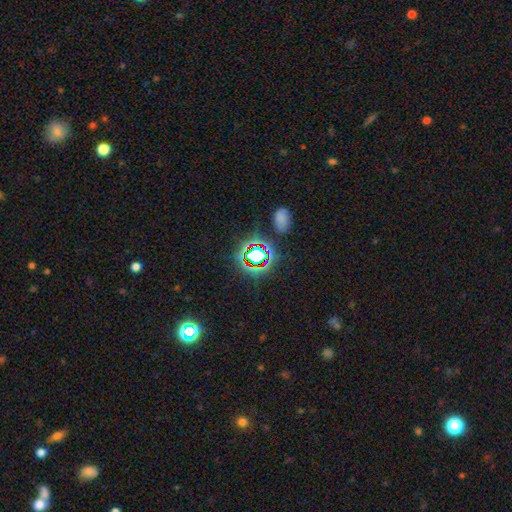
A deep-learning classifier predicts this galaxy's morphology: star or artifact 66%, smooth 23%, featured or disk 11%.